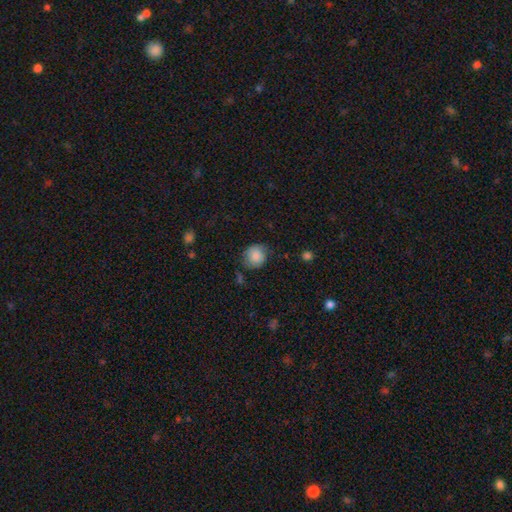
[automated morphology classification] type=smooth (83%); roundness=round (81%); merging=none (69%).